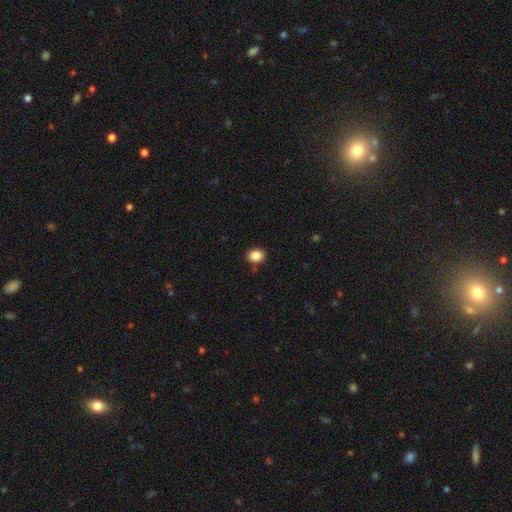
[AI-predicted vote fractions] Overall: smooth (87%). How rounded: round (57%; in between 42%). Merging: none (86%).